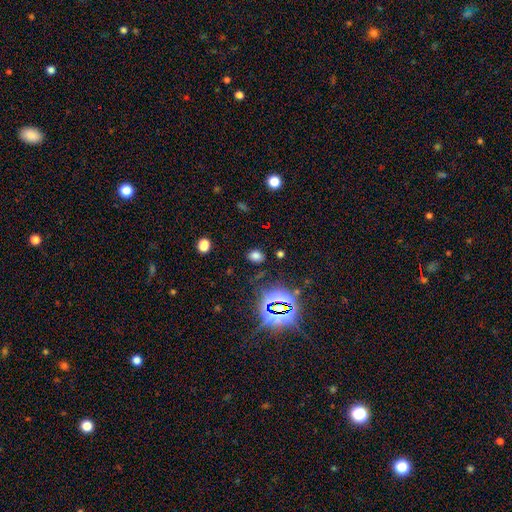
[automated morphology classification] smooth_or_featured: smooth (p=0.63) [alt: star or artifact p=0.29]
how_rounded: in between (p=0.71) [alt: round p=0.27]
merging: none (p=0.83) [alt: minor disturbance p=0.11]